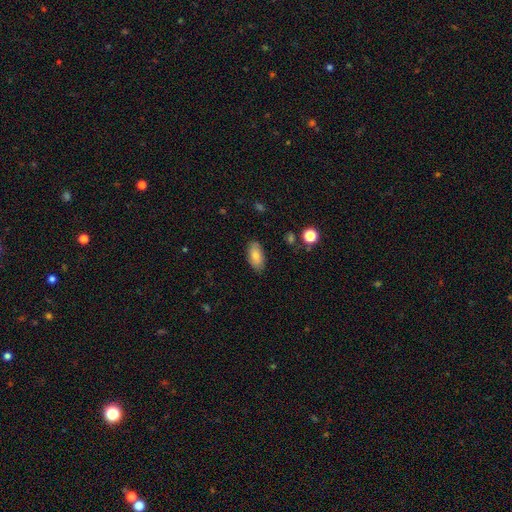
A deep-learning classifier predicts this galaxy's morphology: smooth 79%, featured or disk 14%, star or artifact 7%. Down the decision tree: how rounded — in between (93%); merging — none (83%).